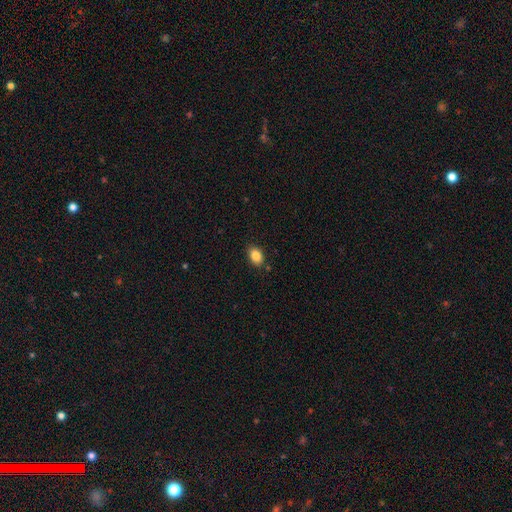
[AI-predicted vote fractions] A smooth galaxy with no disk features (86%) that is in between round and cigar-shaped (76%). Merging: none (85%).